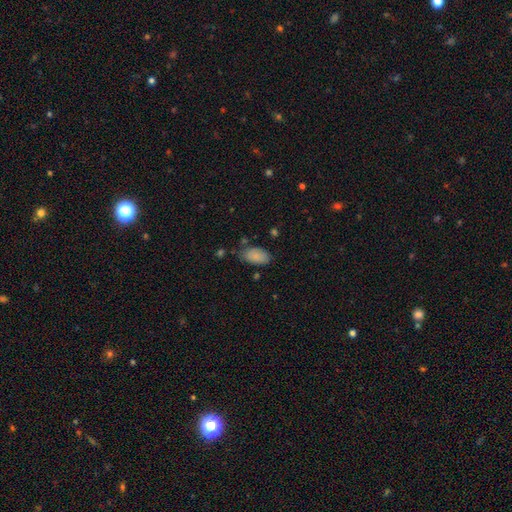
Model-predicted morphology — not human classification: Smooth or featured?
  - smooth: 86% *
  - star or artifact: 8%
  - featured or disk: 6%
How rounded?
  - in between: 94% *
  - round: 4%
  - cigar-shaped: 2%
Merging?
  - none: 70% *
  - minor disturbance: 21%
  - major disturbance: 5%
  - merger: 3%